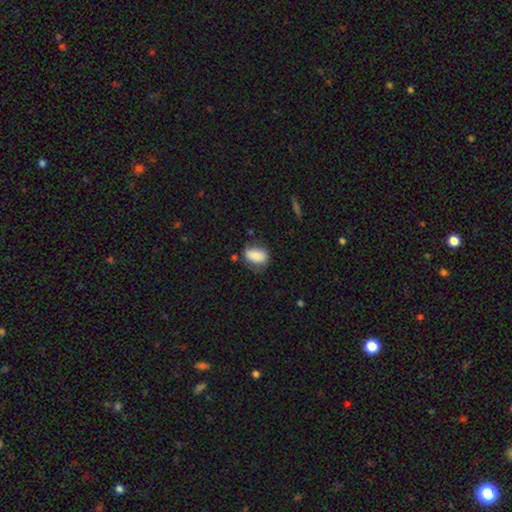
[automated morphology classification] smooth-or-featured: smooth: 82% | featured or disk: 10% | star or artifact: 7%
  how-rounded: in between: 86% | round: 11% | cigar-shaped: 3%
  merging: none: 59% | minor disturbance: 28% | major disturbance: 9% | merger: 3%